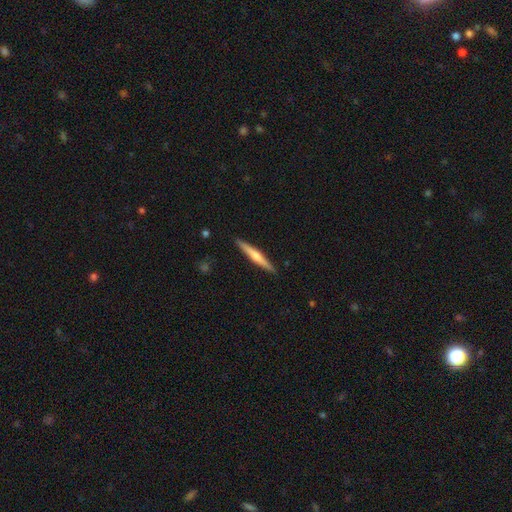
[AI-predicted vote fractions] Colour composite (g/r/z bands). It shows a featured or disk galaxy (57%) viewed edge-on (98%) with a rounded central bulge (76%). Merging: none (92%).